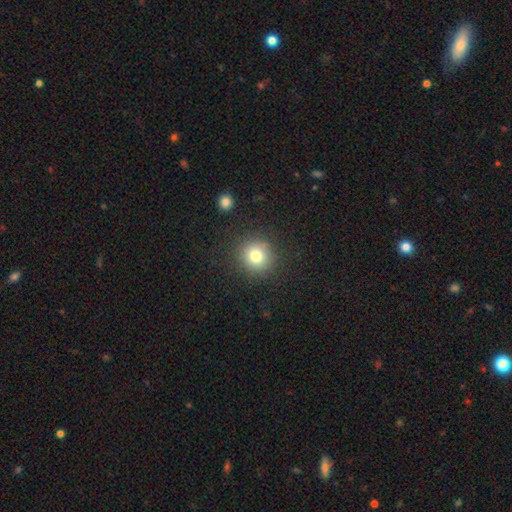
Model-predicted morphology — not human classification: Smooth or featured?
  - smooth: 77% *
  - star or artifact: 13%
  - featured or disk: 9%
How rounded?
  - round: 91% *
  - in between: 8%
  - cigar-shaped: 1%
Merging?
  - none: 87% *
  - minor disturbance: 8%
  - major disturbance: 3%
  - merger: 2%